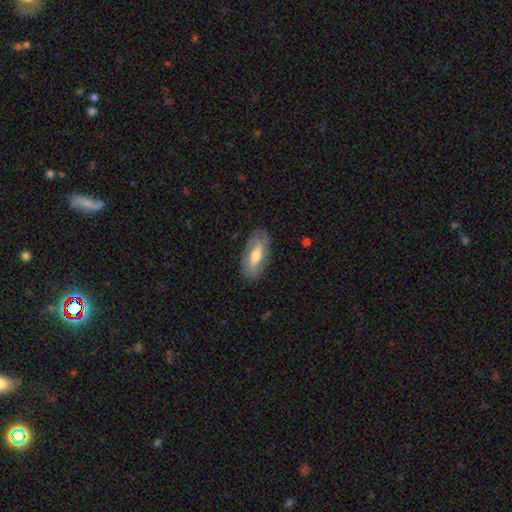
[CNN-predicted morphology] This is possibly a smooth galaxy (49%). Merging: clearly none (81%).